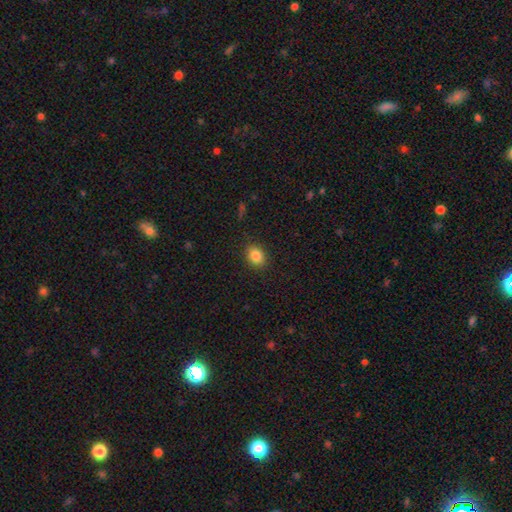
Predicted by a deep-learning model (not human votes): Q: Smooth or featured?
A: smooth (84%); runner-up: star or artifact (10%)
Q: How rounded?
A: in between (54%); runner-up: round (45%)
Q: Merging?
A: none (87%); runner-up: minor disturbance (9%)